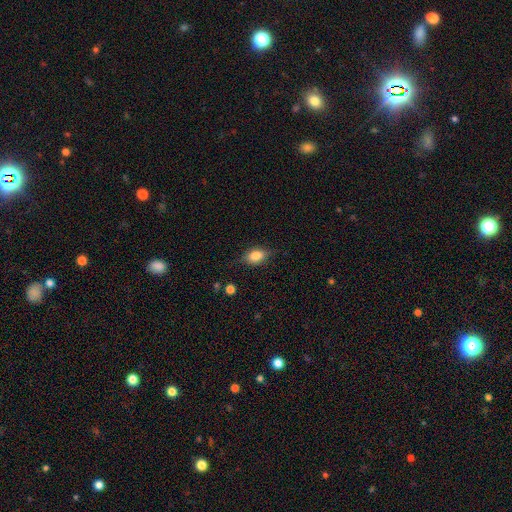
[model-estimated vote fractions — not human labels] smooth 78%, featured or disk 14%, star or artifact 9%. Down the decision tree: how rounded — in between (78%); merging — none (75%).